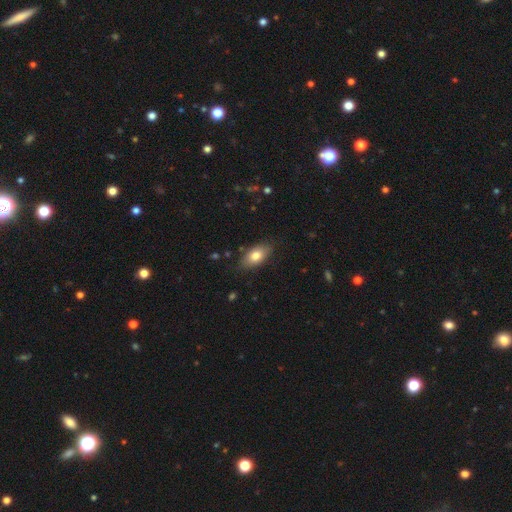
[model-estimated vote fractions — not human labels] Morphology: type=smooth (79%); roundness=in between (90%); merging=none (82%).